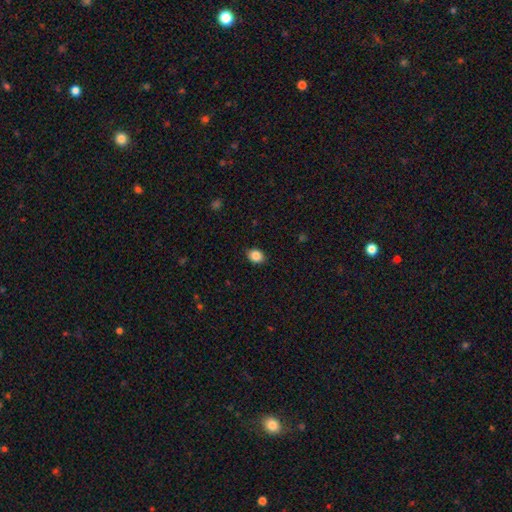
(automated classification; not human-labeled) A smooth galaxy with no disk features (87%) that is in between round and cigar-shaped (62%). Merging: none (87%).